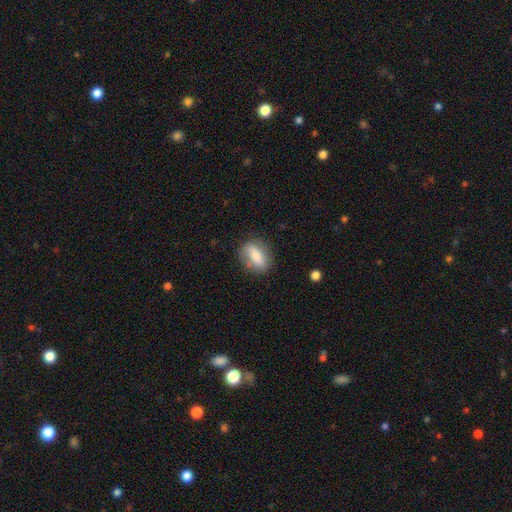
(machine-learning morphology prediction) Overall: smooth (69%). How rounded: in between (75%). Merging: none (80%).